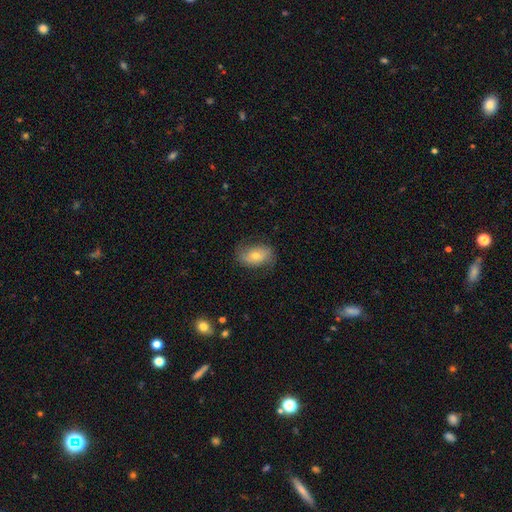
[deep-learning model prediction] Overall: smooth (56%; featured or disk 36%). How rounded: in between (85%). Merging: none (73%).